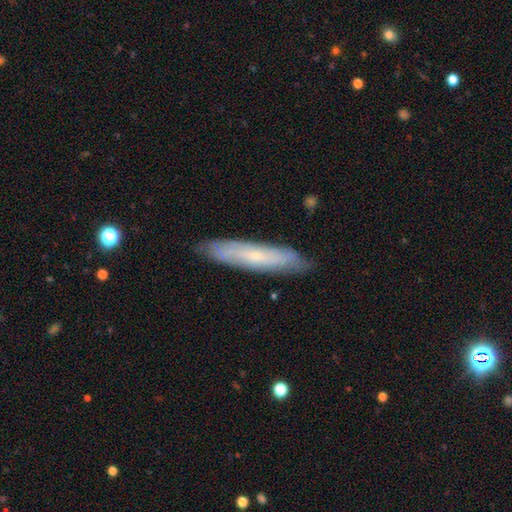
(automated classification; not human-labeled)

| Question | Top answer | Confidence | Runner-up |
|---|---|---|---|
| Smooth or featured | featured or disk | 53% | smooth (40%) |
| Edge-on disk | yes | 53% | no (47%) |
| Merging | none | 85% | minor disturbance (12%) |